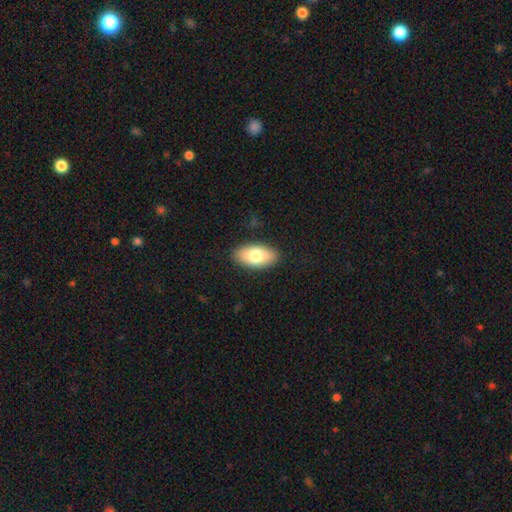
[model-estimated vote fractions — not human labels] This appears to be a smooth galaxy with no disk features (75%) that is in between round and cigar-shaped (93%). Merging: none (88%).